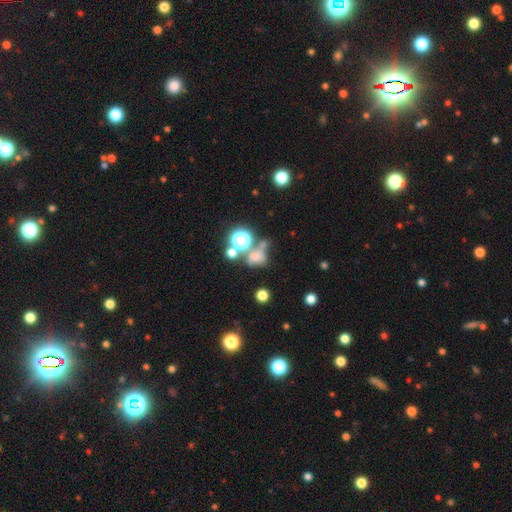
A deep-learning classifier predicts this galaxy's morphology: Smooth or featured?
  - smooth: 55% *
  - star or artifact: 27%
  - featured or disk: 18%
How rounded?
  - round: 62% *
  - in between: 36%
  - cigar-shaped: 2%
Merging?
  - none: 36% * (tied)
  - merger: 36% * (tied)
  - major disturbance: 14%
  - minor disturbance: 14%